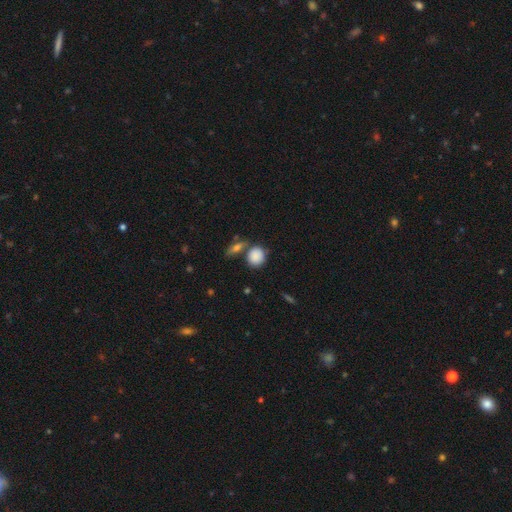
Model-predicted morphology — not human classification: Overall: smooth (86%). How rounded: round (74%). Merging: none (64%).